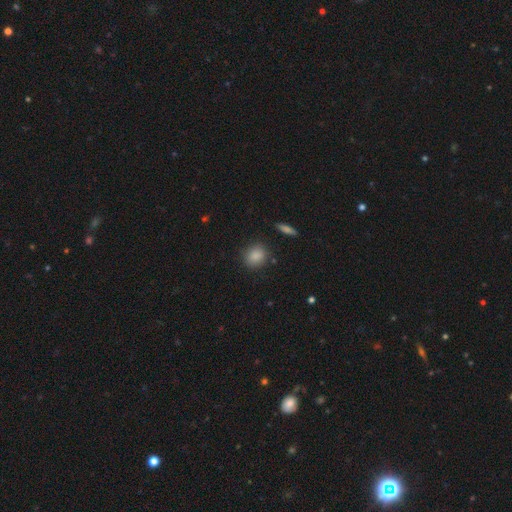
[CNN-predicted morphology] Smooth or featured: smooth — 86% (star or artifact — 9%)
How rounded: round — 71% (in between — 27%)
Merging: none — 84% (minor disturbance — 10%)